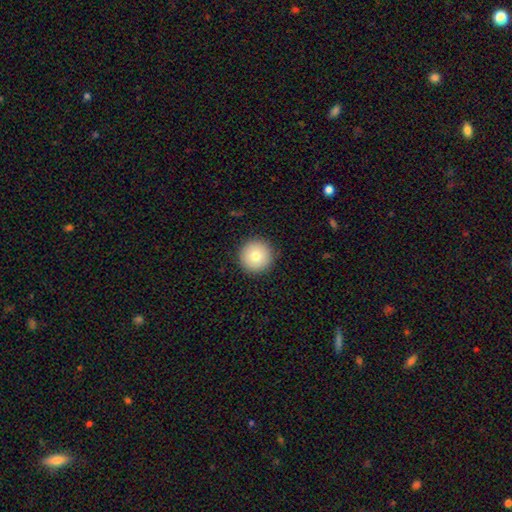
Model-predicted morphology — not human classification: smooth_or_featured: smooth (p=0.78) [alt: featured or disk p=0.13]
how_rounded: round (p=0.97) [alt: in between p=0.02]
merging: none (p=0.92) [alt: minor disturbance p=0.06]